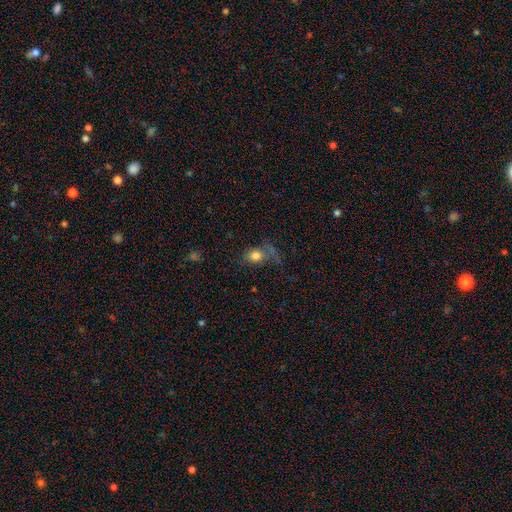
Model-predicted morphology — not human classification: This appears to be a smooth galaxy with no disk features (77%) that is in between round and cigar-shaped (51%). Merging: none (53%).